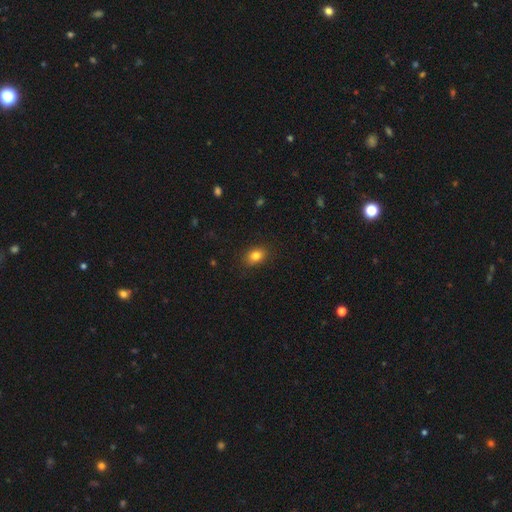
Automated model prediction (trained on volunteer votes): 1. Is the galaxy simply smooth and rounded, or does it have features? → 83% smooth, 10% star or artifact, 7% featured or disk.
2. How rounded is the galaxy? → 74% in between, 25% round, 1% cigar-shaped.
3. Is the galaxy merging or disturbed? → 86% none, 10% minor disturbance, 2% major disturbance, 1% merger.